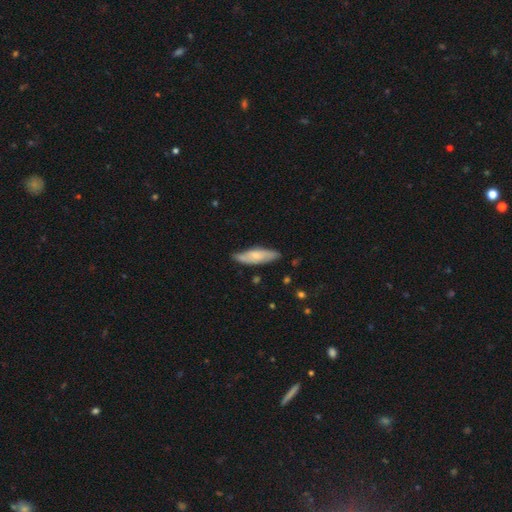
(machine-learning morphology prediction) A smooth galaxy with no disk features (55%) that is cigar-shaped (52%). Merging: none (75%).